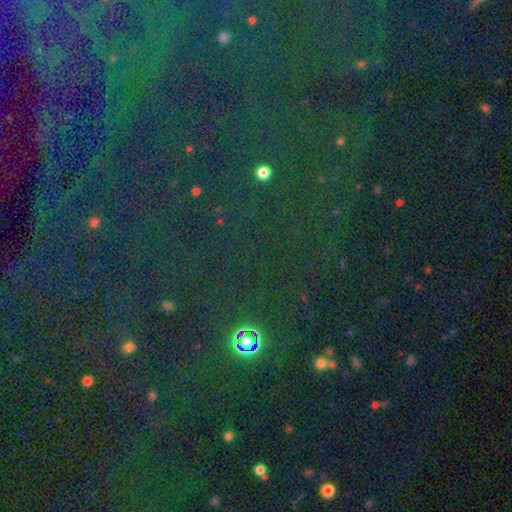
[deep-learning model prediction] Overall: star or artifact (80%).